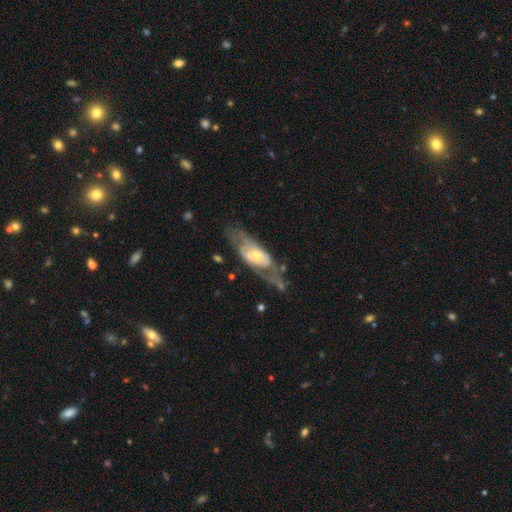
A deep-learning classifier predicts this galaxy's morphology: Smooth or featured? Predicted: featured or disk (p=0.74). Edge-on disk? Predicted: no (p=0.83). Bar? Predicted: no (p=0.57). Spiral arms? Predicted: yes (p=0.70). Bulge size? Predicted: moderate (p=0.46). Merging? Predicted: none (p=0.57).